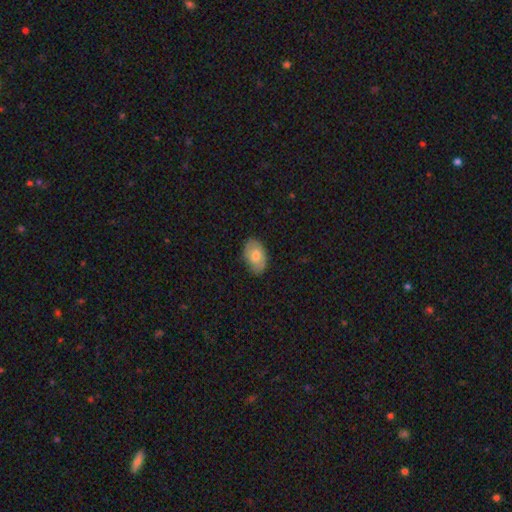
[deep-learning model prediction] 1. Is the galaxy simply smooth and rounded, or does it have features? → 69% smooth, 24% featured or disk, 7% star or artifact.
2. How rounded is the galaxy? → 90% in between, 9% round, 1% cigar-shaped.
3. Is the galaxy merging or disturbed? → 81% none, 15% minor disturbance, 3% major disturbance, 1% merger.